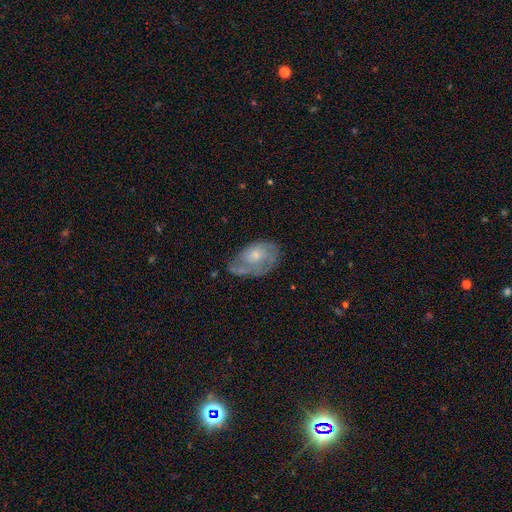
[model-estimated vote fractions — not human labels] This appears to be a featured or disk galaxy (65%) with no bar (76%), tight (46%) spiral arms (81%) and a small central bulge (62%). Merging: none (50%).